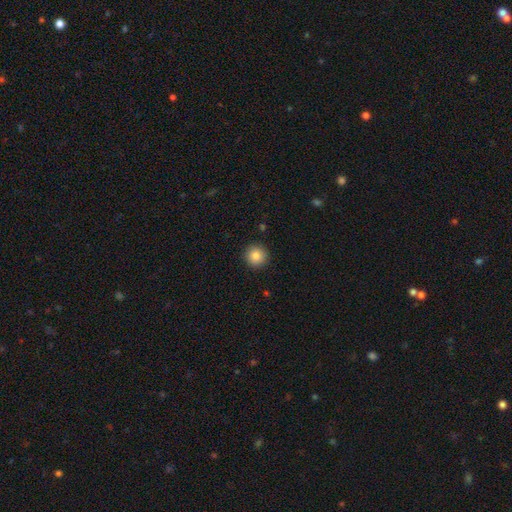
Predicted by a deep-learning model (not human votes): smooth_or_featured: smooth (p=0.85) [alt: star or artifact p=0.10]
how_rounded: round (p=0.95) [alt: in between p=0.04]
merging: none (p=0.92) [alt: minor disturbance p=0.05]